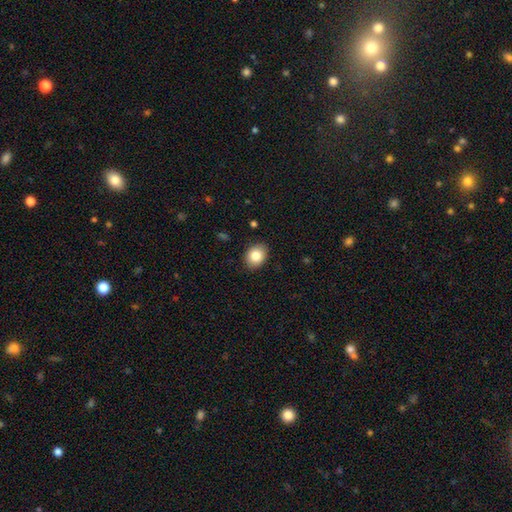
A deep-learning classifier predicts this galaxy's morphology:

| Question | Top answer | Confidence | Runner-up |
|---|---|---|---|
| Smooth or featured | smooth | 84% | star or artifact (8%) |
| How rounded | in between | 56% | round (43%) |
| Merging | none | 88% | minor disturbance (9%) |